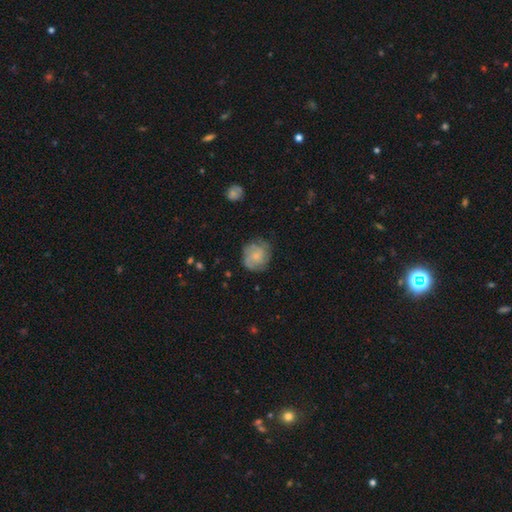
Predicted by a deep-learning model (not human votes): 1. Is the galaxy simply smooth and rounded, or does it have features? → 47% smooth, 45% featured or disk, 8% star or artifact.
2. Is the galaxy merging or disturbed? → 68% none, 22% minor disturbance, 8% major disturbance, 2% merger.